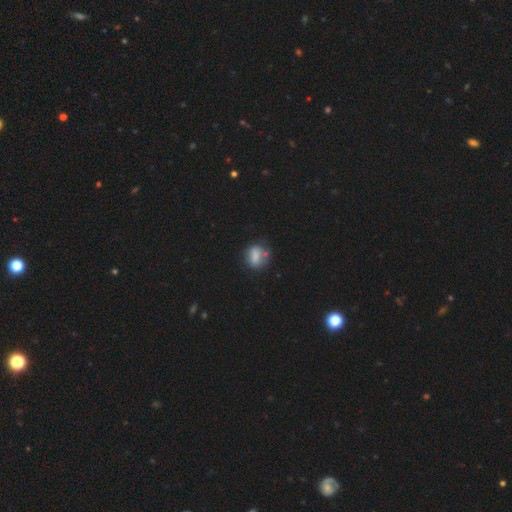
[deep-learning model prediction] Morphology: type=smooth (71%); roundness=in between (51%); merging=none (58%).